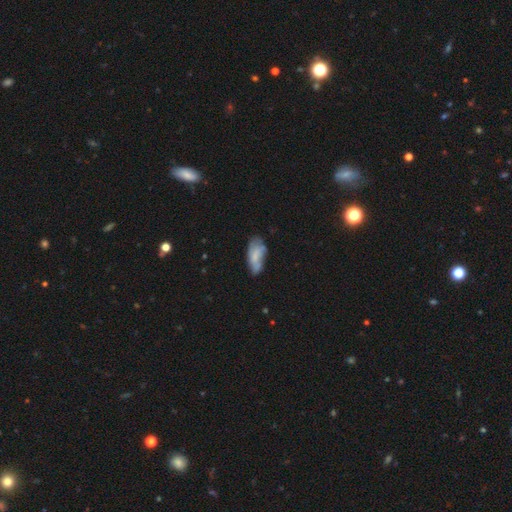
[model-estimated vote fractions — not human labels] Morphology: type=smooth (65%); roundness=in between (84%); merging=none (47%).